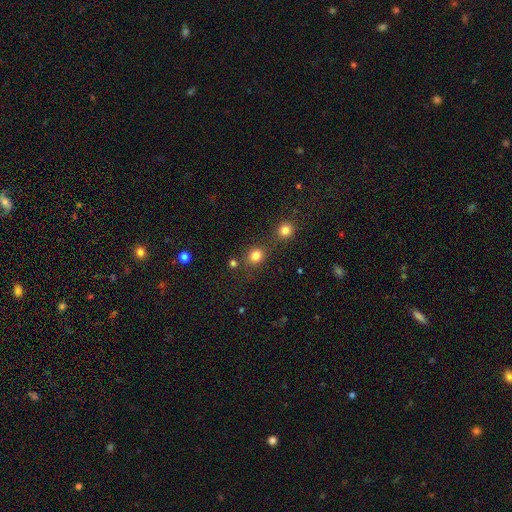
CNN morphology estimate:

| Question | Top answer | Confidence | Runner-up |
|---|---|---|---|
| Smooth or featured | smooth | 81% | star or artifact (14%) |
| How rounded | round | 77% | in between (22%) |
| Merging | none | 71% | merger (15%) |